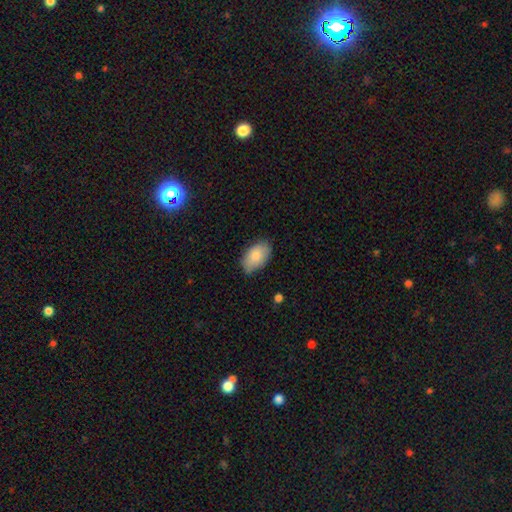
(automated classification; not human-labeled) smooth 82%, featured or disk 11%, star or artifact 6%. Down the decision tree: how rounded — in between (93%); merging — none (75%).